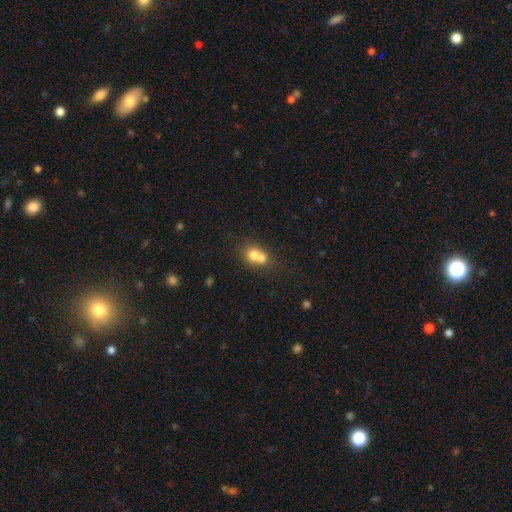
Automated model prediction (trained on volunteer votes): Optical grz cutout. It shows a smooth galaxy with no disk features (69%) that is round (71%). Merging: merger (67%).